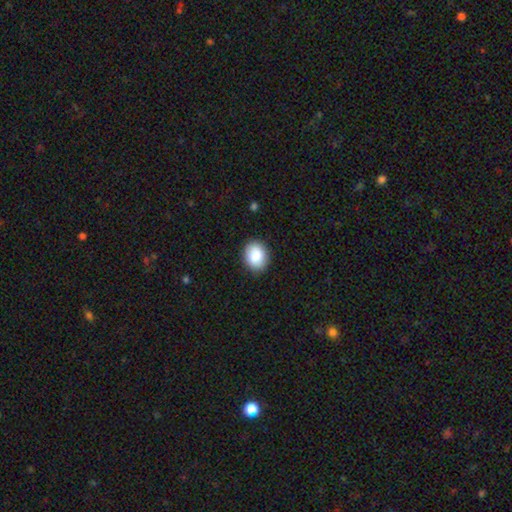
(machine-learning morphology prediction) Smooth or featured: smooth — 86% (star or artifact — 7%)
How rounded: in between — 53% (round — 46%)
Merging: none — 88% (minor disturbance — 9%)